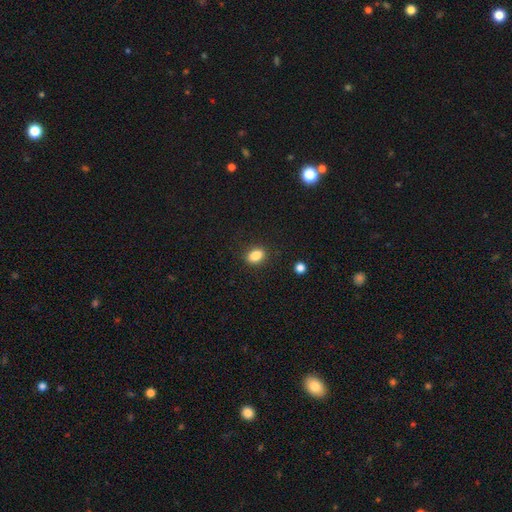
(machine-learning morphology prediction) Smooth or featured: smooth — 86% (star or artifact — 10%)
How rounded: in between — 80% (round — 18%)
Merging: none — 86% (minor disturbance — 9%)